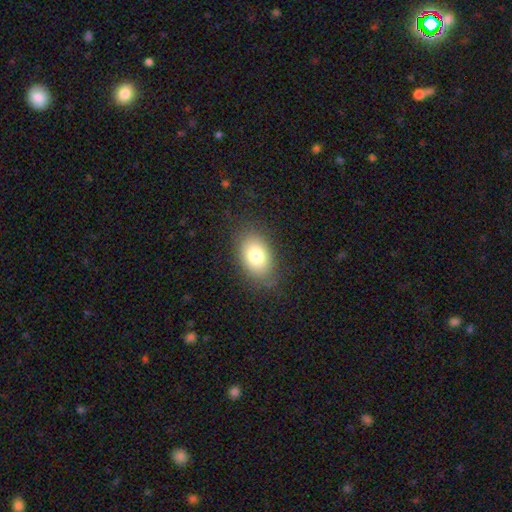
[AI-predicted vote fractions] Overall: smooth (78%). How rounded: in between (83%). Merging: none (79%).